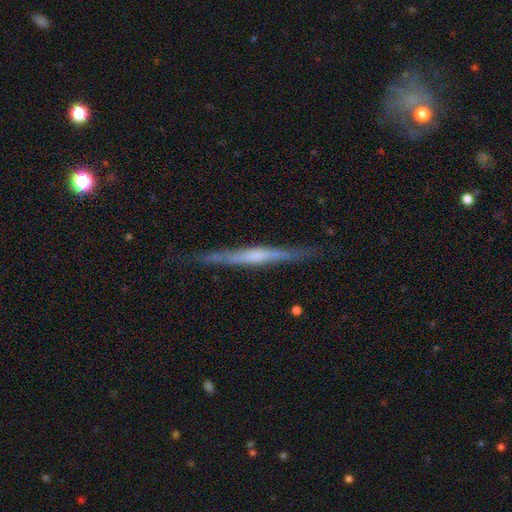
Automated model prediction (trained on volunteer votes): smooth-or-featured: featured or disk: 70% | smooth: 24% | star or artifact: 5%
  disk-edge-on: yes: 97% | no: 3%
    edge-on-bulge: rounded: 43% | none: 37% | boxy: 20%
  merging: none: 85% | minor disturbance: 11% | major disturbance: 2% | merger: 1%